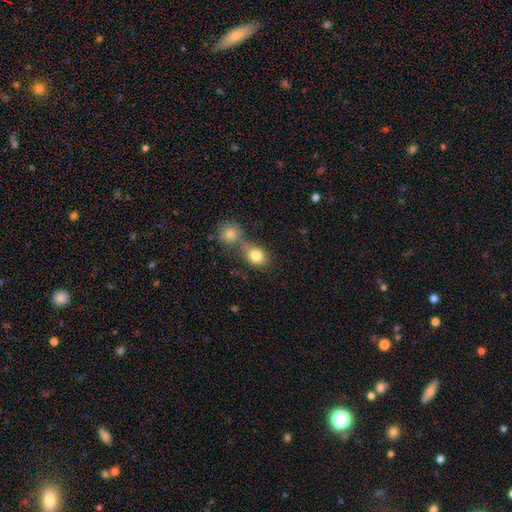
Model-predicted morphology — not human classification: This appears to be a smooth galaxy with no disk features (81%) that is round (55%). Merging: merger (52%).